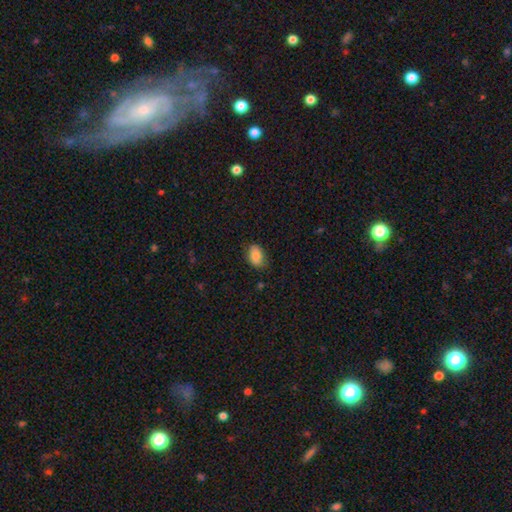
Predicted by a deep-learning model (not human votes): Morphology: type=smooth (84%); roundness=in between (88%); merging=none (74%).